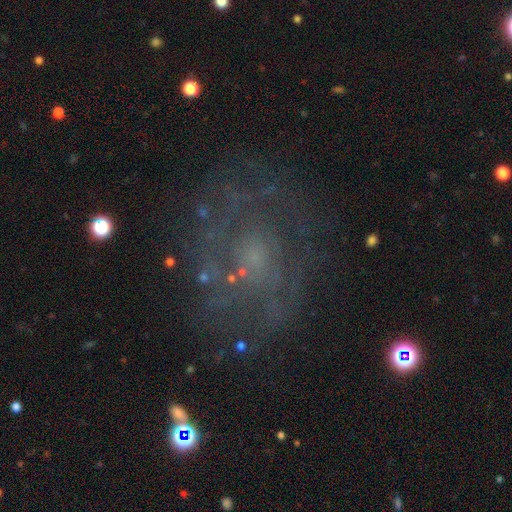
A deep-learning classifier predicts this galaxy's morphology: Smooth or featured? featured or disk (63%)
Edge-on disk? no (97%)
Bar? no (82%)
Spiral arms? yes (62%)
Bulge size? small (49%)
Merging? none (68%)